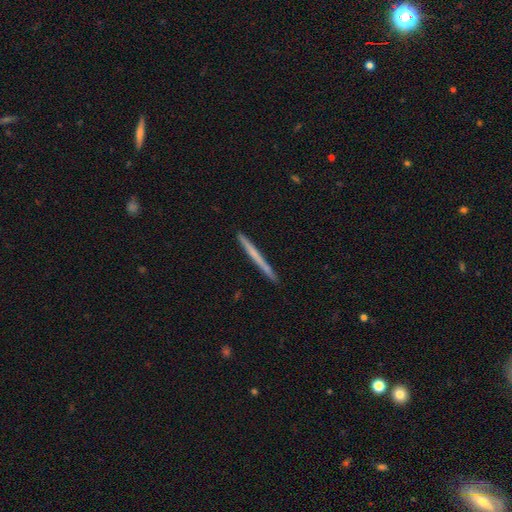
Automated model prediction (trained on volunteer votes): A smooth galaxy with no disk features (51%) that is cigar-shaped (97%). Merging: none (92%).